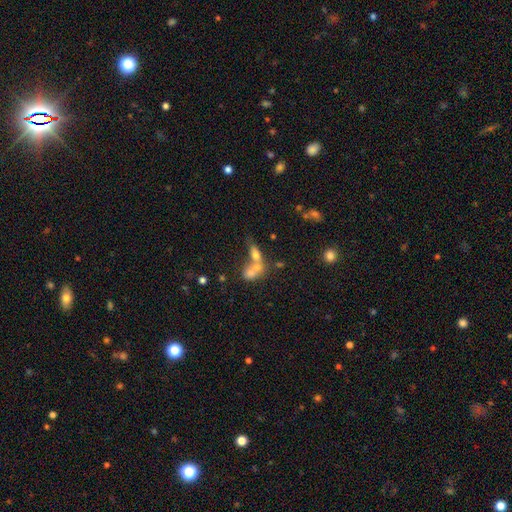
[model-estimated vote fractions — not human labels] The model was most divided on "smooth or featured": smooth: 58%, featured or disk: 28%, star or artifact: 14%. More confident: merging — merger (67%); how rounded — in between (64%).